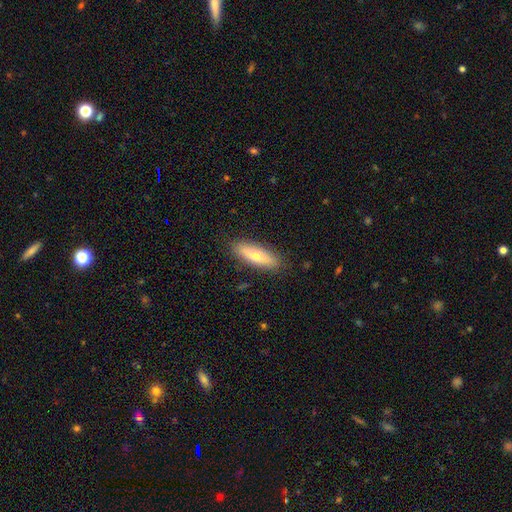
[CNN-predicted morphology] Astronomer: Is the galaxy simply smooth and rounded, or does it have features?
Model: smooth — 64%.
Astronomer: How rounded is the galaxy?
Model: in between — 51% (runner-up: cigar-shaped, 47%).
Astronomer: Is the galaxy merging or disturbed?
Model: none — 88%.